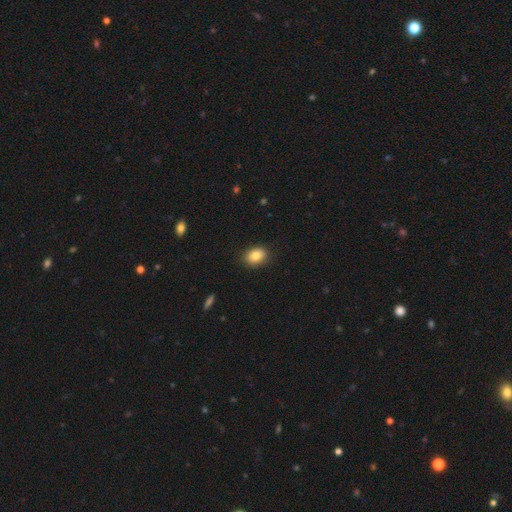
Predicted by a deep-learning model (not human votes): A smooth galaxy with no disk features (84%) that is in between round and cigar-shaped (73%). Merging: none (87%).